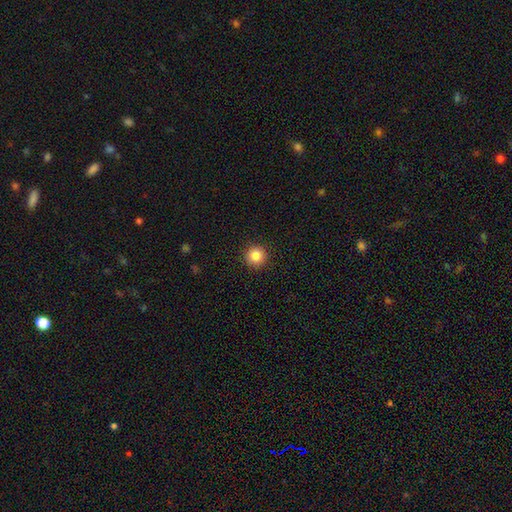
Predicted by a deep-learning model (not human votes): smooth 86%, star or artifact 10%, featured or disk 4%. Down the decision tree: how rounded — round (95%); merging — none (92%).